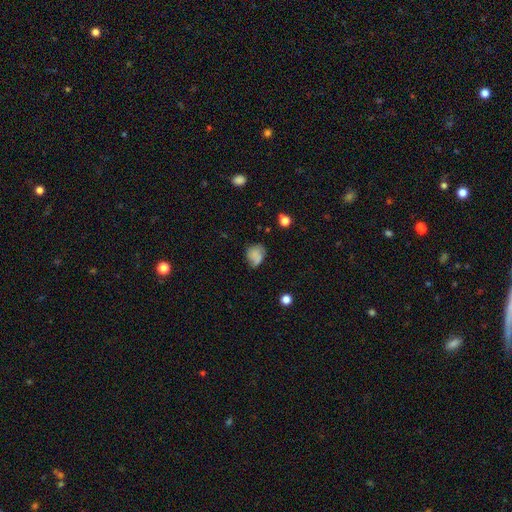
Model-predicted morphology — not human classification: Smooth or featured?
  - smooth: 67% *
  - featured or disk: 22%
  - star or artifact: 11%
How rounded?
  - round: 51% *
  - in between: 48%
  - cigar-shaped: 1%
Merging?
  - none: 46% *
  - minor disturbance: 32%
  - major disturbance: 16%
  - merger: 6%